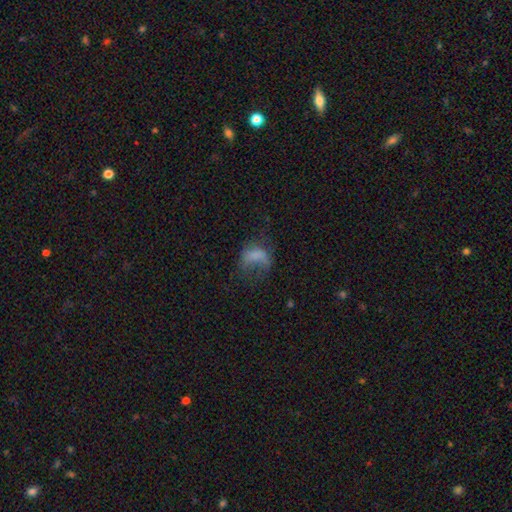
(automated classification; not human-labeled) Smooth or featured?
  - smooth: 53% *
  - featured or disk: 33%
  - star or artifact: 14%
How rounded?
  - in between: 76% *
  - round: 21%
  - cigar-shaped: 3%
Merging?
  - major disturbance: 52% *
  - none: 25%
  - minor disturbance: 19%
  - merger: 4%